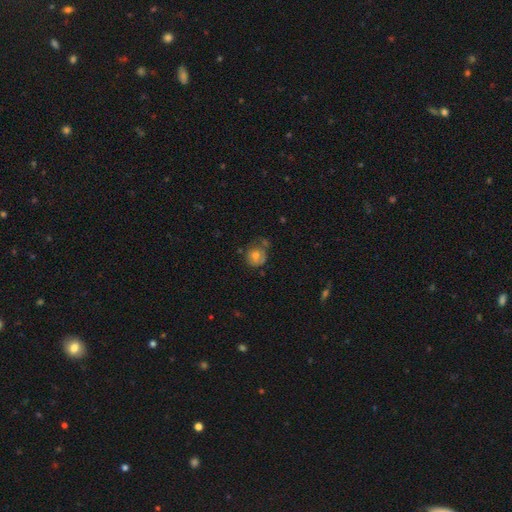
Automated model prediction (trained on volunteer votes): Smooth or featured: smooth — 63% (featured or disk — 28%)
How rounded: round — 76% (in between — 23%)
Merging: none — 54% (minor disturbance — 25%)